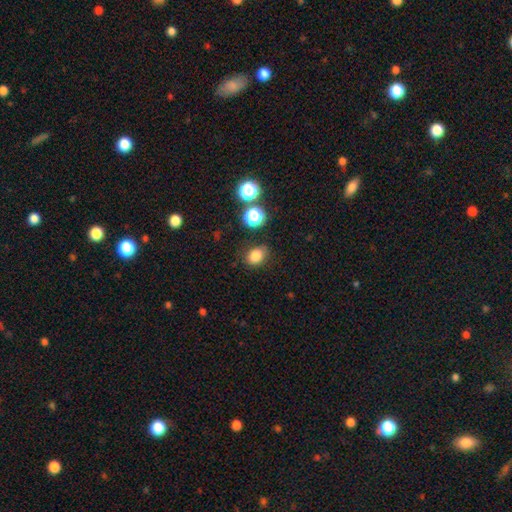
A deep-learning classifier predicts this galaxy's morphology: Smooth or featured?
  - smooth: 81% *
  - star or artifact: 14%
  - featured or disk: 6%
How rounded?
  - in between: 58% *
  - round: 41%
  - cigar-shaped: 1%
Merging?
  - none: 78% *
  - minor disturbance: 14%
  - major disturbance: 4%
  - merger: 3%